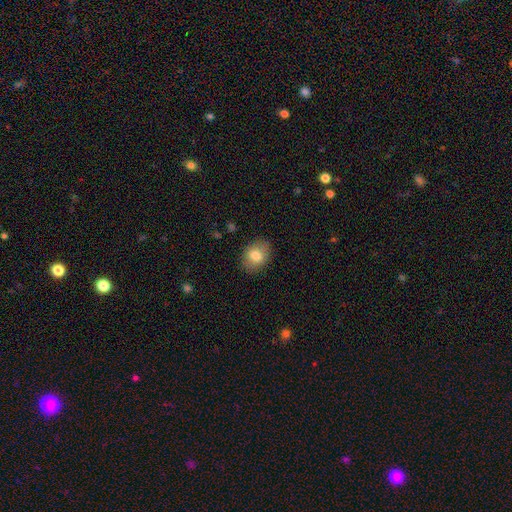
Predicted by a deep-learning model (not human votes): Smooth or featured?
  - smooth: 79% *
  - featured or disk: 12%
  - star or artifact: 8%
How rounded?
  - in between: 62% *
  - round: 37%
  - cigar-shaped: 1%
Merging?
  - none: 85% *
  - minor disturbance: 11%
  - major disturbance: 3%
  - merger: 1%